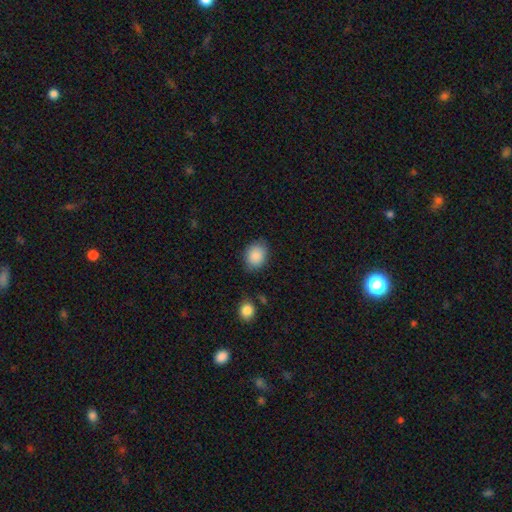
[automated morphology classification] This is clearly a smooth galaxy (89%). How rounded: possibly in between (55%). Merging: likely none (79%).